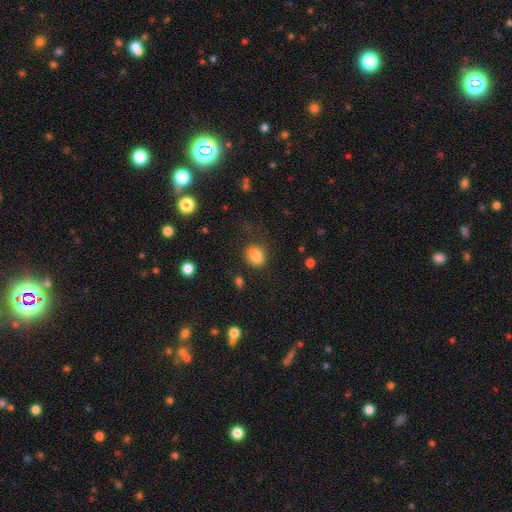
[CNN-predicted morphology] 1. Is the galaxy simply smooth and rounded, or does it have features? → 83% smooth, 10% star or artifact, 7% featured or disk.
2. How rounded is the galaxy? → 57% in between, 42% round, 1% cigar-shaped.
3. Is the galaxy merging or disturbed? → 70% none, 18% minor disturbance, 8% major disturbance, 4% merger.